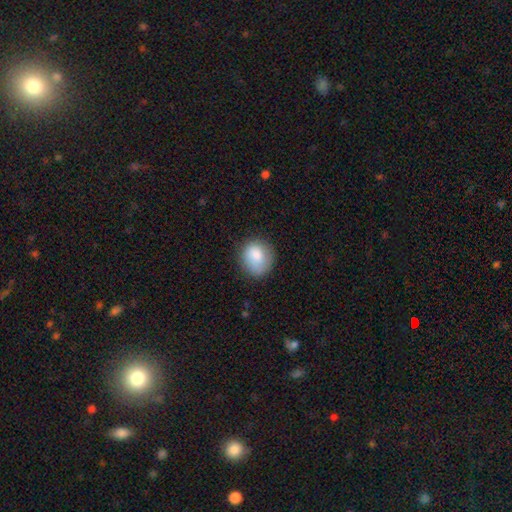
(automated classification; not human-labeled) smooth_or_featured: smooth (p=0.83) [alt: featured or disk p=0.09]
how_rounded: round (p=0.74) [alt: in between p=0.25]
merging: none (p=0.75) [alt: minor disturbance p=0.18]